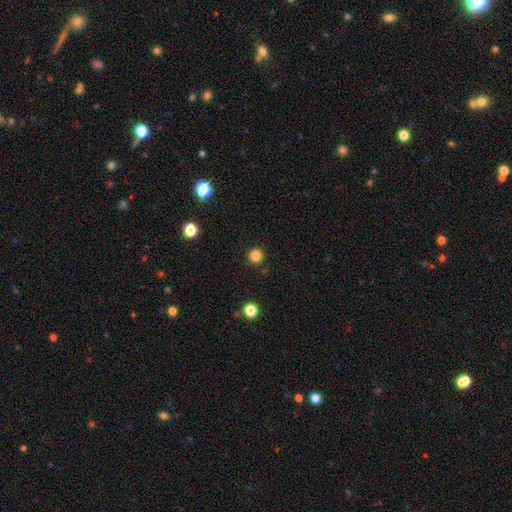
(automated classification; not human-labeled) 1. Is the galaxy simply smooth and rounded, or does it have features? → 84% smooth, 12% star or artifact, 4% featured or disk.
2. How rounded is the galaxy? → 96% round, 3% in between, 1% cigar-shaped.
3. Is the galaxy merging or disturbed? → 91% none, 6% minor disturbance, 2% major disturbance, 2% merger.